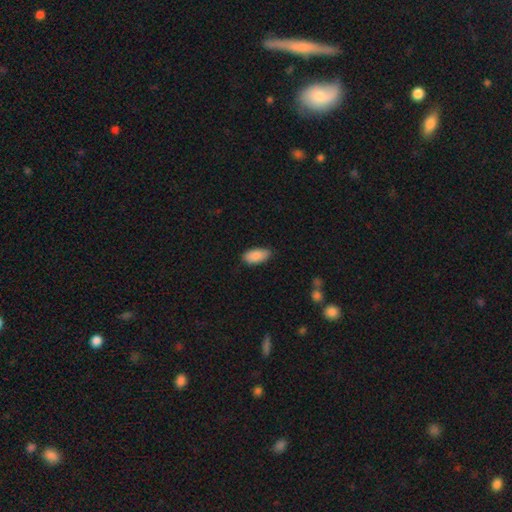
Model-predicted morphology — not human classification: Smooth or featured?
  - smooth: 89% *
  - star or artifact: 6%
  - featured or disk: 5%
How rounded?
  - in between: 92% *
  - cigar-shaped: 6%
  - round: 2%
Merging?
  - none: 77% *
  - minor disturbance: 19%
  - major disturbance: 3%
  - merger: 1%